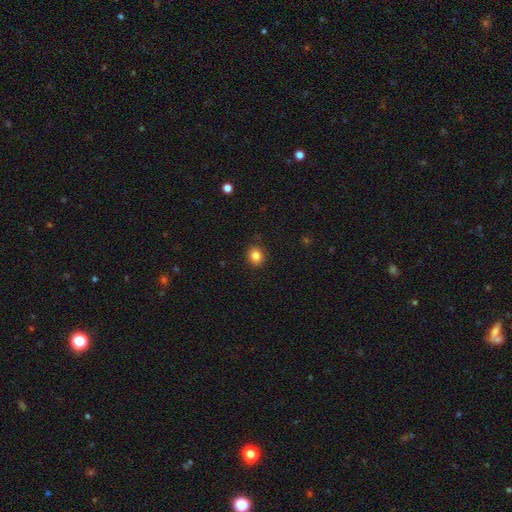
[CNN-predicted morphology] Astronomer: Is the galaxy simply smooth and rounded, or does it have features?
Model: smooth — 84%.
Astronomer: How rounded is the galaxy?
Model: round — 77%.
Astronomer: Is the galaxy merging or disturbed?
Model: none — 88%.